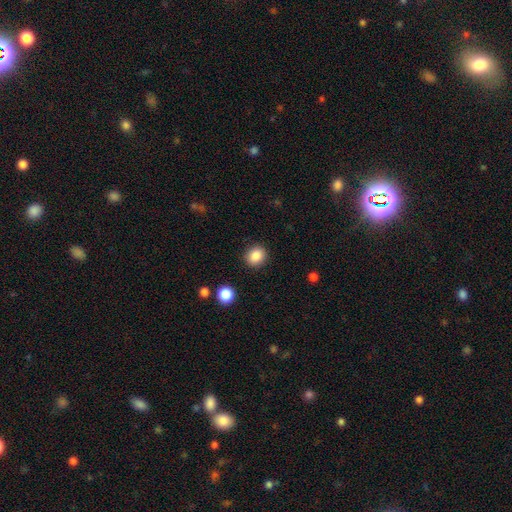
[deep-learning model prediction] smooth 86%, star or artifact 10%, featured or disk 4%. Down the decision tree: how rounded — round (75%); merging — none (90%).